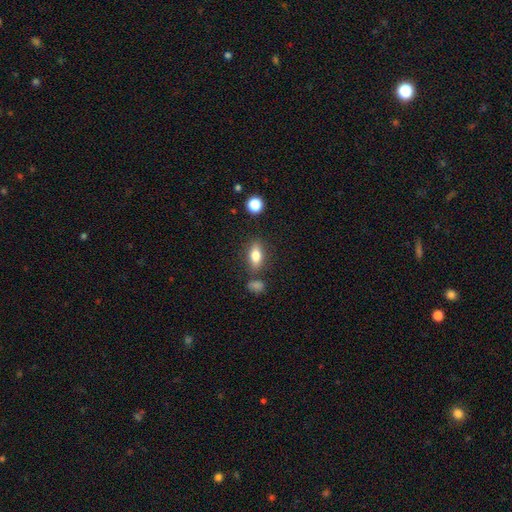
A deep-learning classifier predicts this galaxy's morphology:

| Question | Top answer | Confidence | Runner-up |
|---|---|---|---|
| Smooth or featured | smooth | 77% | featured or disk (15%) |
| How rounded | in between | 80% | cigar-shaped (12%) |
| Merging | none | 77% | minor disturbance (13%) |